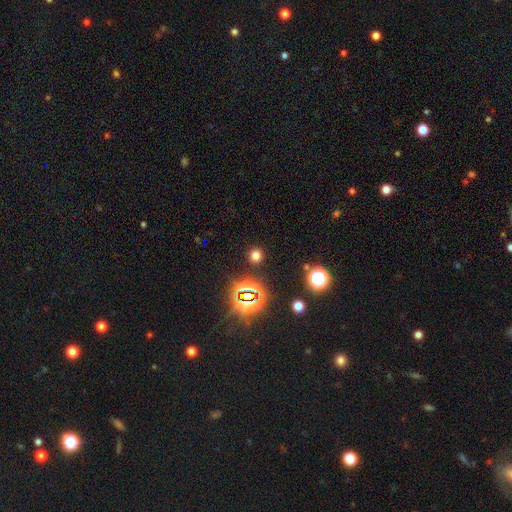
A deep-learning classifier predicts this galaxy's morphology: The model was most divided on "smooth or featured": smooth: 66%, star or artifact: 28%, featured or disk: 6%. More confident: how rounded — round (91%); merging — none (89%).